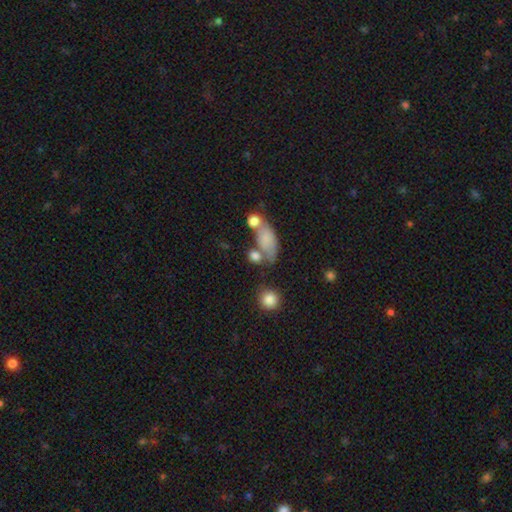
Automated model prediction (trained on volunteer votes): Morphology: type=smooth (74%); roundness=in between (70%); merging=none (37%).